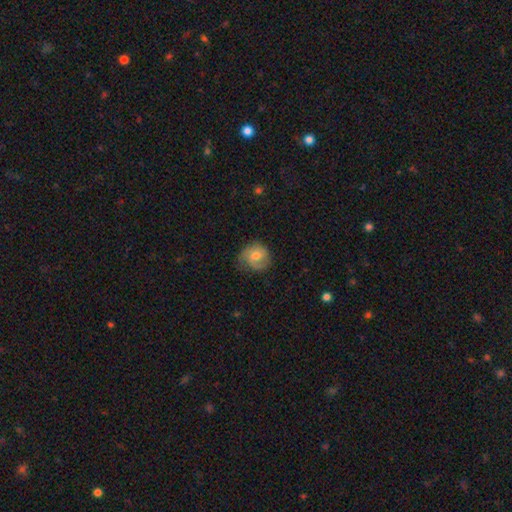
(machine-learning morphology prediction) This is possibly a smooth galaxy (55%). How rounded: clearly round (81%). Merging: likely none (63%).